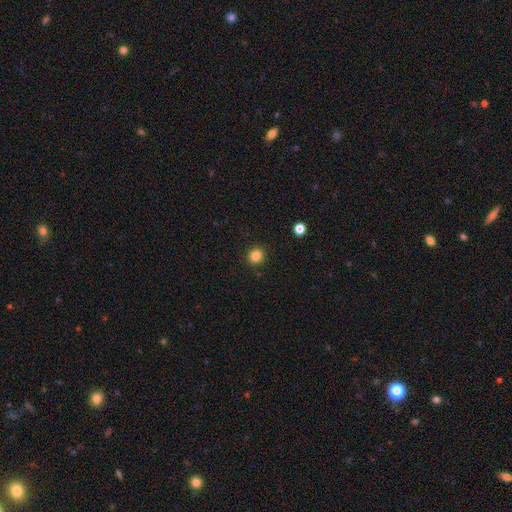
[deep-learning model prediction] Overall: smooth (84%). How rounded: round (84%). Merging: none (91%).